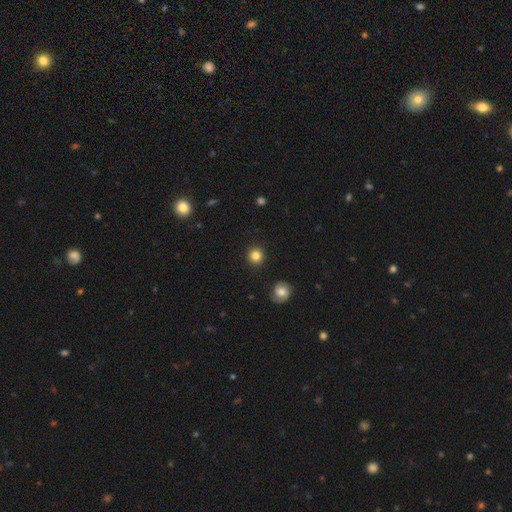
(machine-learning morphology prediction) Smooth or featured? smooth (84%)
How rounded? round (94%)
Merging? none (91%)